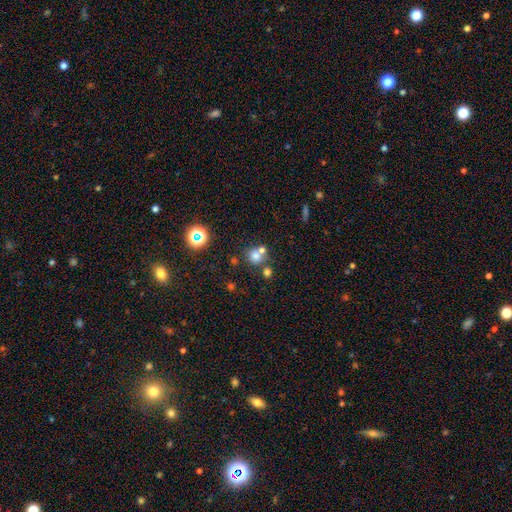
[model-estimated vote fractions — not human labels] The model was most divided on "merging": none: 51%, merger: 38%, minor disturbance: 7%, major disturbance: 4%. More confident: how rounded — round (86%); smooth or featured — smooth (69%).